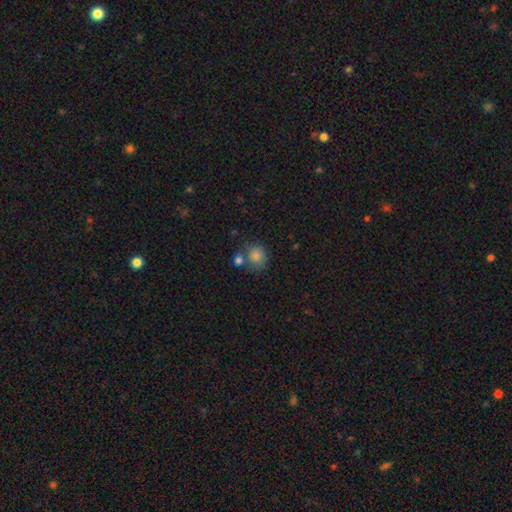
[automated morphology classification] Smooth or featured? smooth (82%)
How rounded? round (80%)
Merging? none (60%)